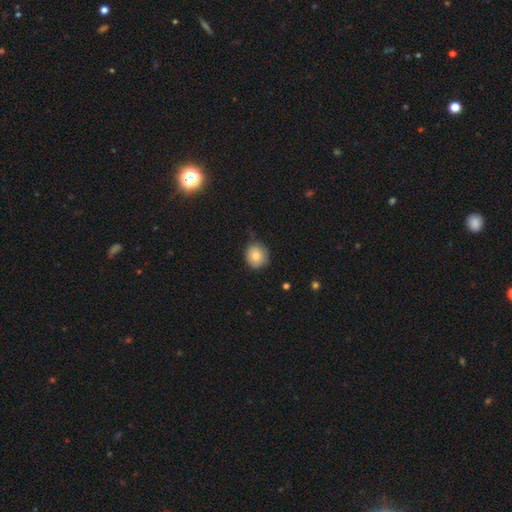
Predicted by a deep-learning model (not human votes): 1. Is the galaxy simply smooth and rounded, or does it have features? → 81% smooth, 9% featured or disk, 9% star or artifact.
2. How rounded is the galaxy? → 88% round, 11% in between, 1% cigar-shaped.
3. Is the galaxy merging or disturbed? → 71% none, 23% minor disturbance, 4% major disturbance, 2% merger.